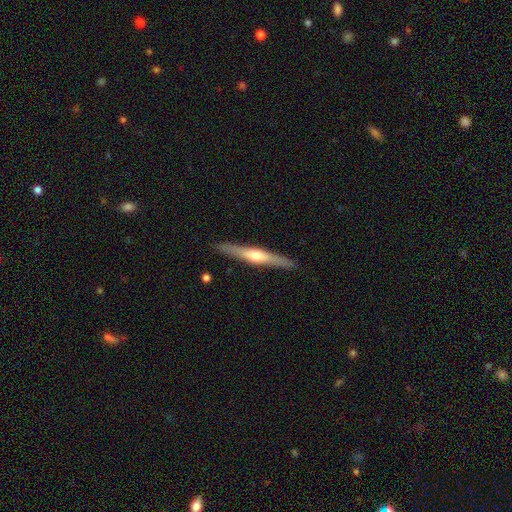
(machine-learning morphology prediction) A featured or disk galaxy (68%) viewed edge-on (96%) with a rounded central bulge (89%).

Vote fractions:
- Smooth or featured? featured or disk: 68% / smooth: 27% / star or artifact: 5%
- Edge-on disk? yes: 96% / no: 4%
- Edge-on bulge? rounded: 89% / none: 7% / boxy: 5%
- Merging? none: 90% / minor disturbance: 7% / major disturbance: 2% / merger: 1%